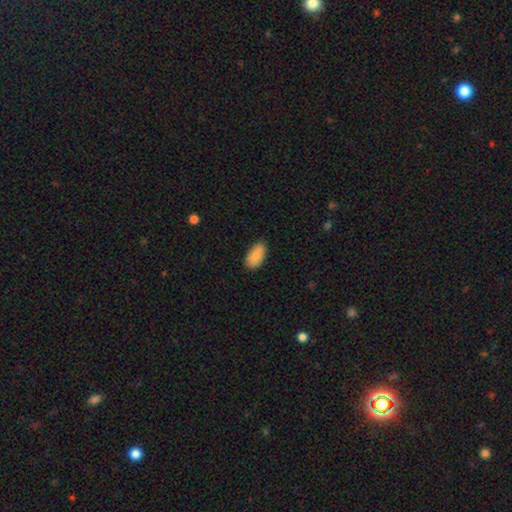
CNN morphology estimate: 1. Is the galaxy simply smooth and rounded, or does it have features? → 87% smooth, 7% star or artifact, 6% featured or disk.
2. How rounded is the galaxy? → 94% in between, 3% round, 2% cigar-shaped.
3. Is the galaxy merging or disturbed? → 85% none, 11% minor disturbance, 2% major disturbance, 1% merger.